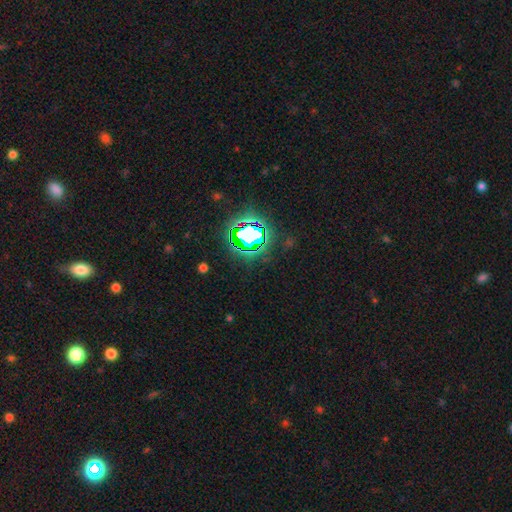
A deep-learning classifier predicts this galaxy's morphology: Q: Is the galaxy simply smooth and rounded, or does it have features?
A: star or artifact — 78%.